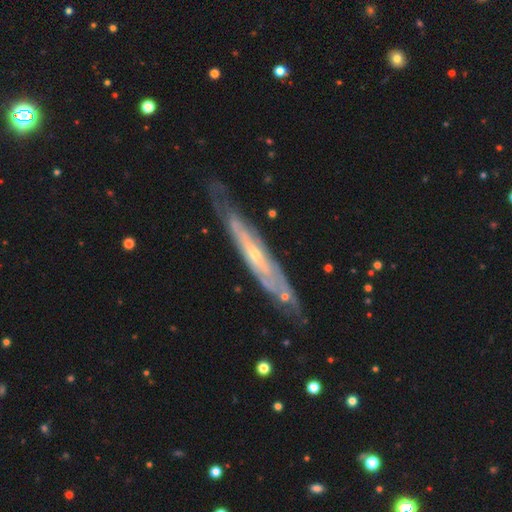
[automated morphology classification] This appears to be a featured or disk galaxy (80%) viewed edge-on (55%). Merging: none (72%).